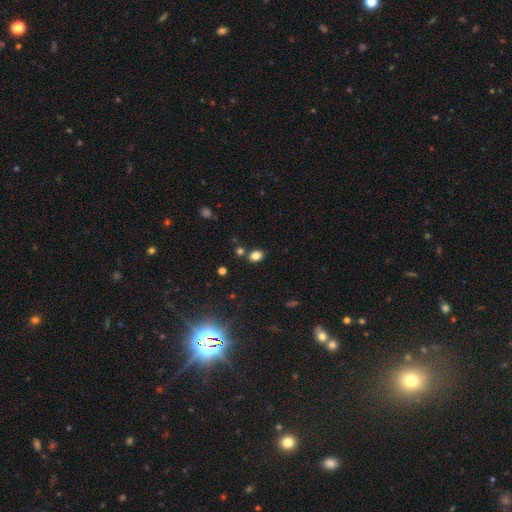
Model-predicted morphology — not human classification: Smooth or featured? smooth (80%)
How rounded? in between (62%)
Merging? none (78%)